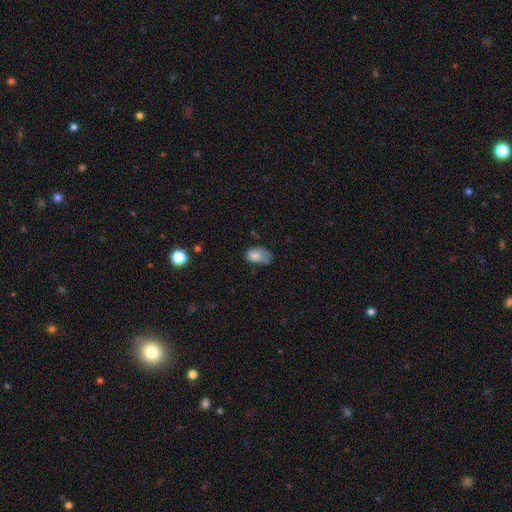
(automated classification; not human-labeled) smooth 77%, featured or disk 14%, star or artifact 9%. Down the decision tree: how rounded — in between (89%); merging — minor disturbance (39%).